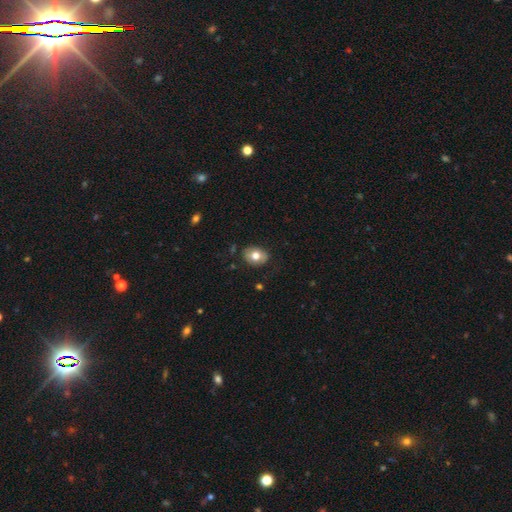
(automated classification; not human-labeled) Smooth or featured? Predicted: smooth (p=0.73). How rounded? Predicted: in between (p=0.64). Merging? Predicted: none (p=0.82).